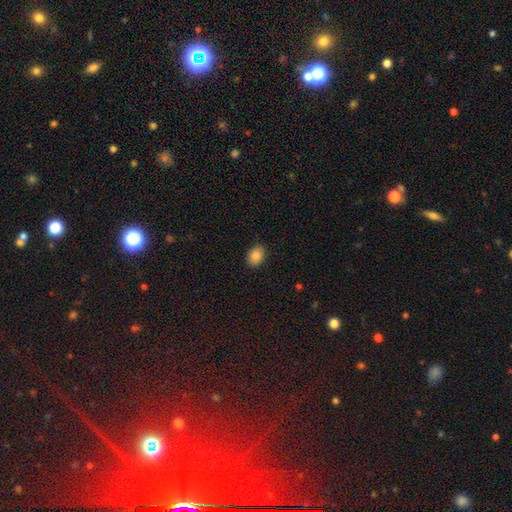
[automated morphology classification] Smooth or featured: smooth — 86% (star or artifact — 8%)
How rounded: in between — 72% (round — 27%)
Merging: none — 88% (minor disturbance — 9%)